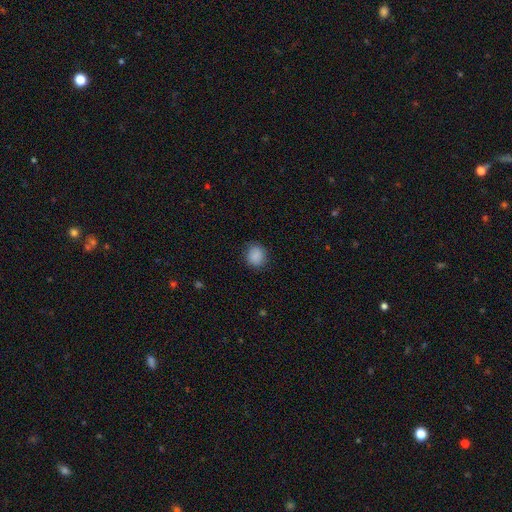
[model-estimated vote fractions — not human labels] This appears to be a smooth galaxy with no disk features (88%) that is round (79%). Merging: none (84%).